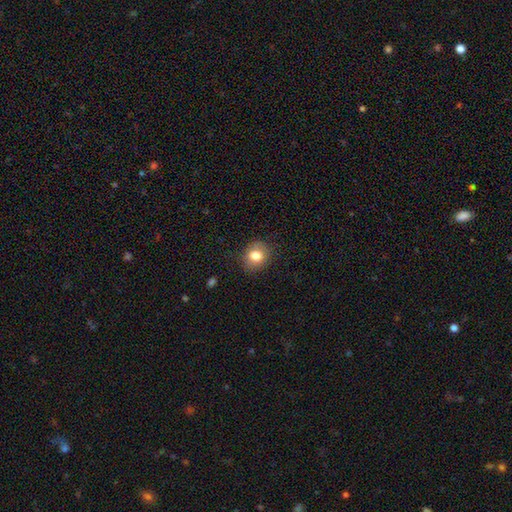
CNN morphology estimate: Smooth or featured? smooth (80%)
How rounded? round (65%)
Merging? none (83%)